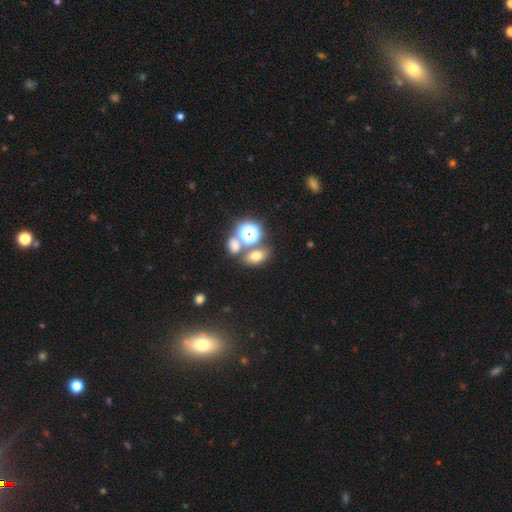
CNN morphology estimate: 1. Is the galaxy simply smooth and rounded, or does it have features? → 66% smooth, 22% star or artifact, 12% featured or disk.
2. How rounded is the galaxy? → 65% in between, 33% round, 2% cigar-shaped.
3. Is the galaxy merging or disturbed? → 59% none, 26% merger, 10% minor disturbance, 5% major disturbance.